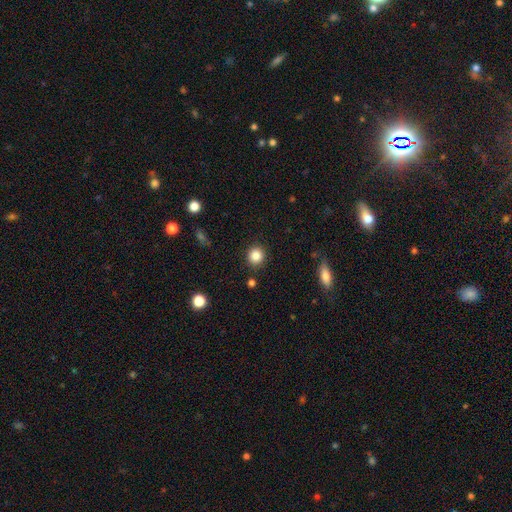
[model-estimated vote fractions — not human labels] smooth-or-featured: smooth: 86% | star or artifact: 10% | featured or disk: 3%
  how-rounded: round: 91% | in between: 8% | cigar-shaped: 1%
  merging: none: 89% | minor disturbance: 7% | major disturbance: 3% | merger: 2%